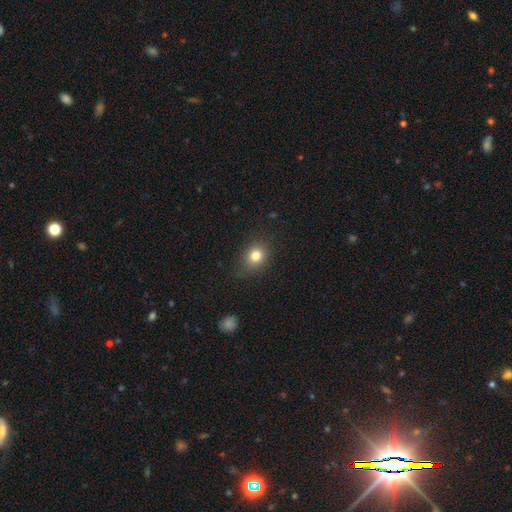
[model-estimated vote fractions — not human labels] A smooth galaxy with no disk features (80%) that is round (64%).

Vote fractions:
- Smooth or featured? smooth: 80% / star or artifact: 12% / featured or disk: 8%
- How rounded? round: 64% / in between: 35% / cigar-shaped: 1%
- Merging? none: 80% / minor disturbance: 15% / major disturbance: 4% / merger: 1%